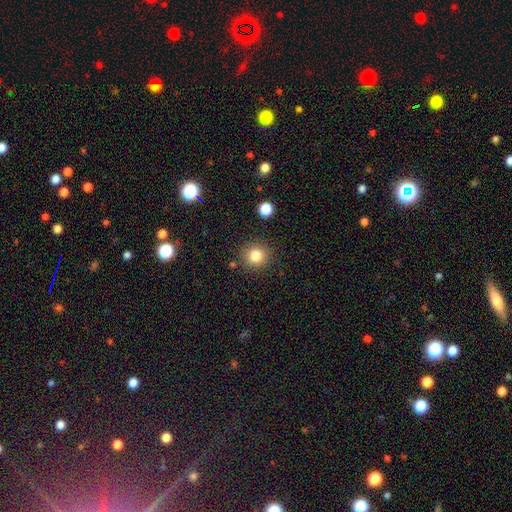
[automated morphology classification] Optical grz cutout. It shows a smooth galaxy with no disk features (82%) that is round (91%). Merging: none (87%).